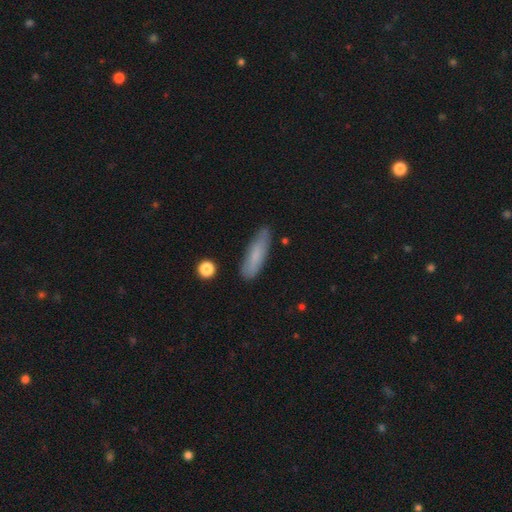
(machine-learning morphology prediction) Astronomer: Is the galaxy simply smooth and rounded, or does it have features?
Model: smooth — 75%.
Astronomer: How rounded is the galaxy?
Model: cigar-shaped — 64%.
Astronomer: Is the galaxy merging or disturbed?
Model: none — 80%.